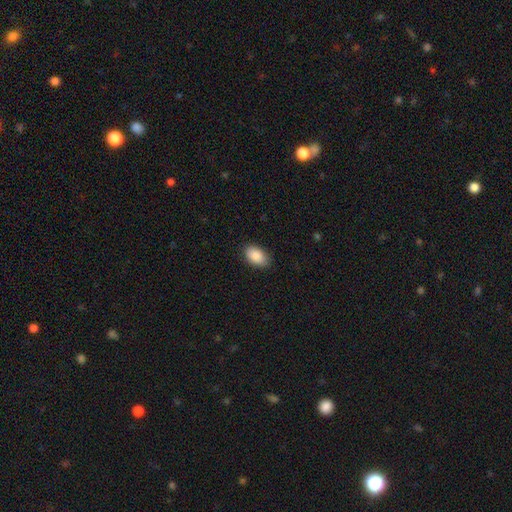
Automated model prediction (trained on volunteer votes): This is clearly a smooth galaxy (88%). How rounded: clearly in between (91%). Merging: clearly none (86%).